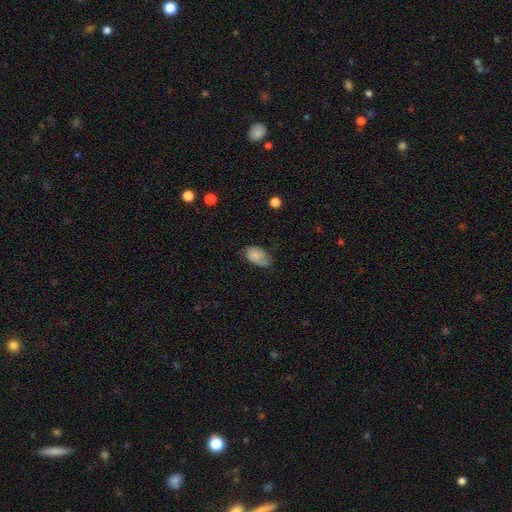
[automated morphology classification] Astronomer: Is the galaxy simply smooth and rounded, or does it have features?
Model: smooth — 73%.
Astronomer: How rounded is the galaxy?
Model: in between — 89%.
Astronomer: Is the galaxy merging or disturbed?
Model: none — 52% (runner-up: minor disturbance, 36%).